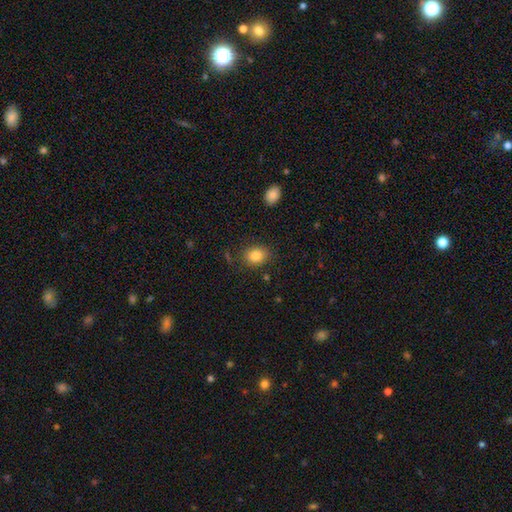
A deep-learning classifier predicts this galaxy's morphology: A smooth galaxy with no disk features (84%) that is in between round and cigar-shaped (52%).

Vote fractions:
- Smooth or featured? smooth: 84% / star or artifact: 10% / featured or disk: 7%
- How rounded? in between: 52% / round: 47% / cigar-shaped: 1%
- Merging? none: 83% / minor disturbance: 11% / major disturbance: 3% / merger: 2%